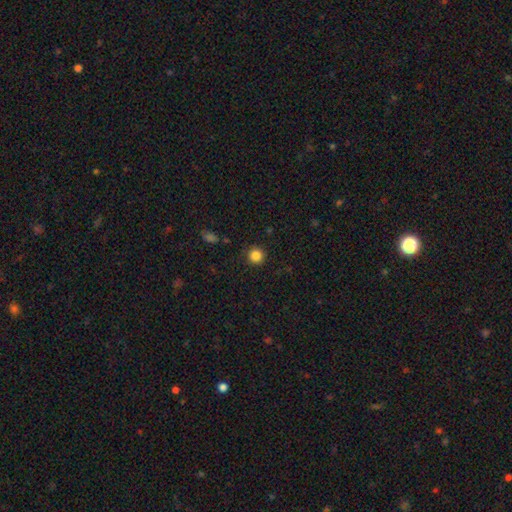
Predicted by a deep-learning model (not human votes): Morphology: type=smooth (85%); roundness=round (94%); merging=none (90%).